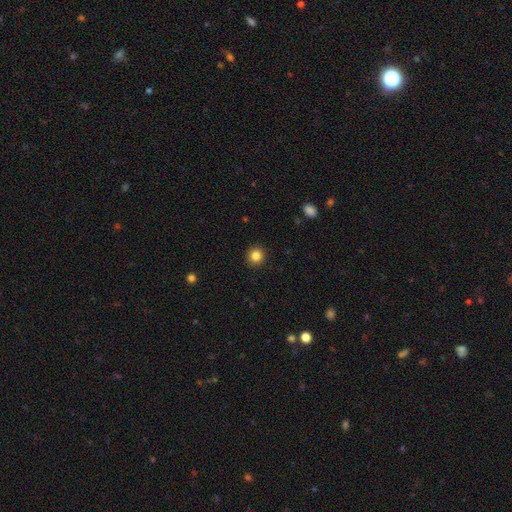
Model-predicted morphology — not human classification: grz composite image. It shows a smooth galaxy with no disk features (84%) that is round (91%). Merging: none (92%).